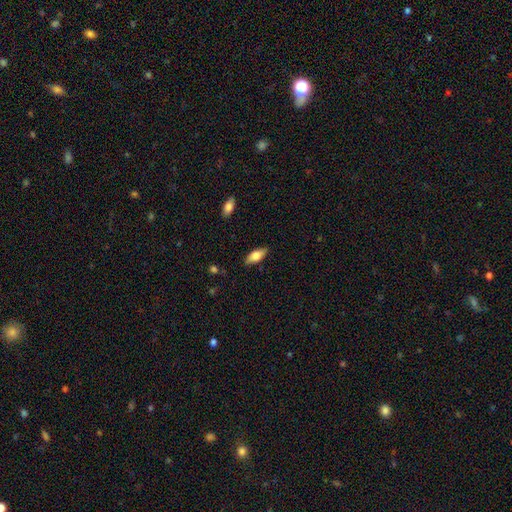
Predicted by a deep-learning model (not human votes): Morphology: type=smooth (67%); roundness=in between (78%); merging=none (85%).